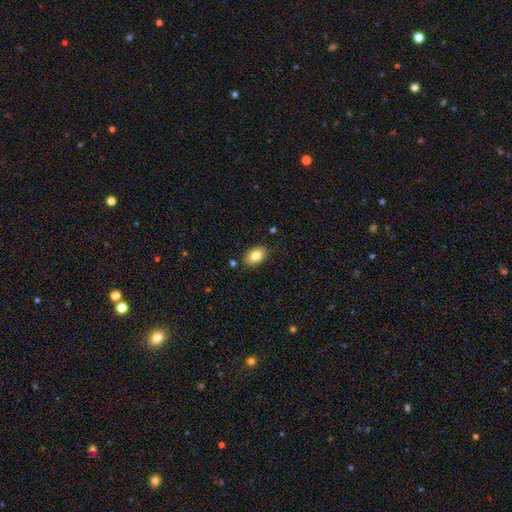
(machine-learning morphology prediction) The model was most divided on "merging": none: 84%, minor disturbance: 11%, major disturbance: 2%, merger: 2%. More confident: how rounded — in between (86%); smooth or featured — smooth (83%).